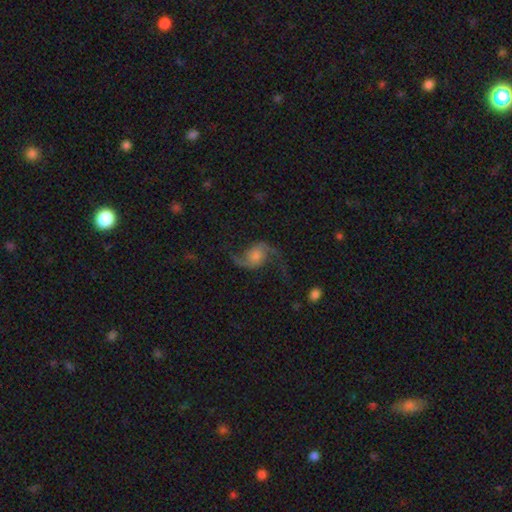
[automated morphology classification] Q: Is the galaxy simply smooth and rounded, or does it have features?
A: featured or disk — 86%.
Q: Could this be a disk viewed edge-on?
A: no — 97%.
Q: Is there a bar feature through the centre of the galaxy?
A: no — 65%.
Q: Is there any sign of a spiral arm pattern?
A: yes — 97%.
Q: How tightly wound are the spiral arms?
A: loose — 81%.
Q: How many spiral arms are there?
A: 2 — 94%.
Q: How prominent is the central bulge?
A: moderate — 41%.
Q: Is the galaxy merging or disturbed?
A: none — 73%.